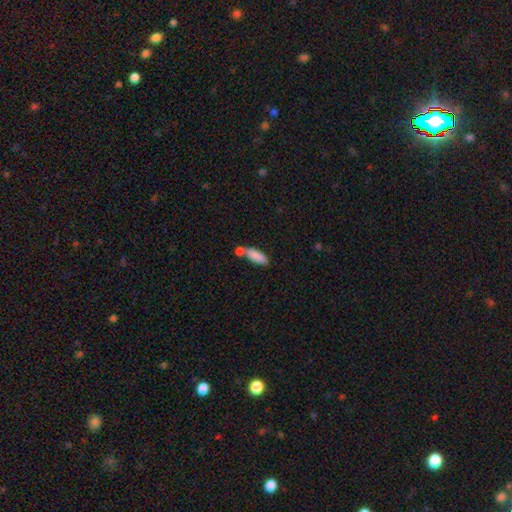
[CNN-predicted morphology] smooth-or-featured: smooth: 85% | featured or disk: 8% | star or artifact: 7%
  how-rounded: in between: 59% | cigar-shaped: 38% | round: 2%
  merging: none: 49% | merger: 32% | minor disturbance: 14% | major disturbance: 5%